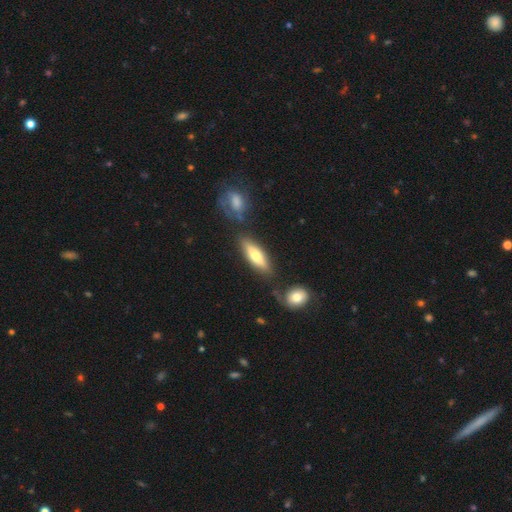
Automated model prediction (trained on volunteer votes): smooth_or_featured: smooth (p=0.63) [alt: featured or disk p=0.31]
how_rounded: cigar-shaped (p=0.49) [tied with: in between p=0.49]
merging: none (p=0.76) [alt: minor disturbance p=0.13]